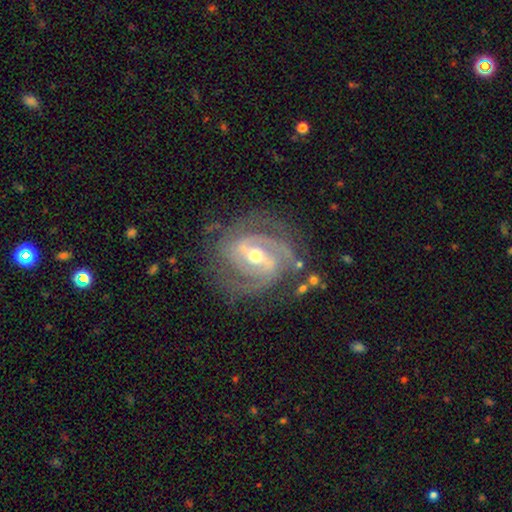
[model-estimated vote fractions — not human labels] Overall: featured or disk (91%). Edge-on disk: no (97%). Bar: strong (44%; weak 42%). Spiral arms: yes (97%). Spiral arm count: 2 (52%; 3 25%). Spiral winding: tight (52%; medium 40%). Bulge size: moderate (57%; small 39%). Merging: none (73%).